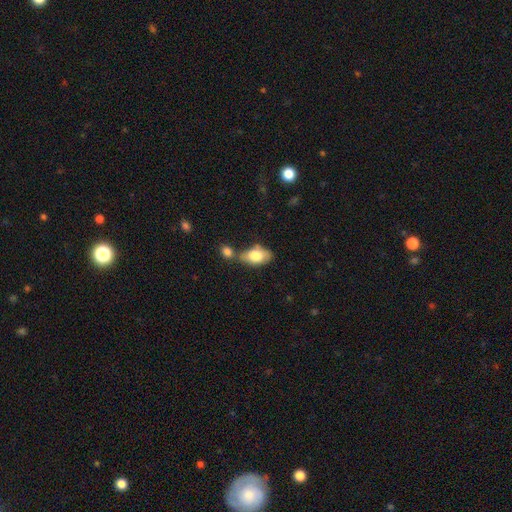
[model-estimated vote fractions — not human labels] smooth 76%, featured or disk 17%, star or artifact 6%. Down the decision tree: how rounded — in between (91%); merging — none (45%).